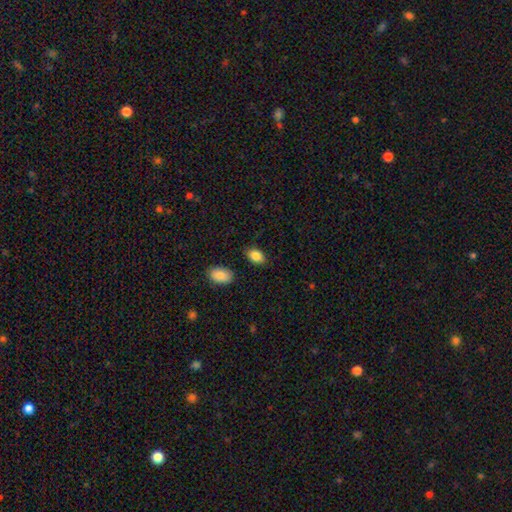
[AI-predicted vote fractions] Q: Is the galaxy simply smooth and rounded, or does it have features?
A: smooth — 86%.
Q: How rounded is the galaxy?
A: in between — 88%.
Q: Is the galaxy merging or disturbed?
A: none — 86%.